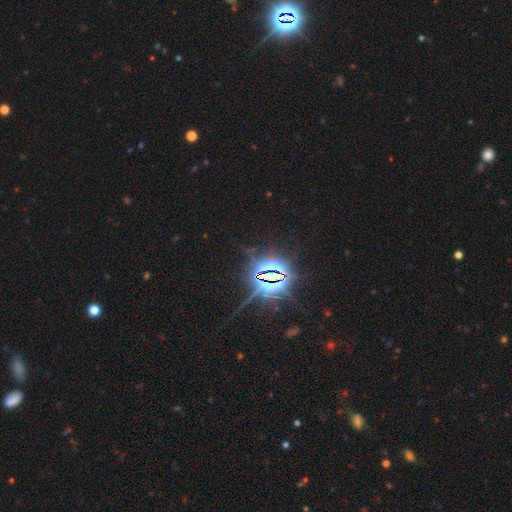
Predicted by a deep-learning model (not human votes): Q: Smooth or featured?
A: star or artifact (86%); runner-up: smooth (8%)